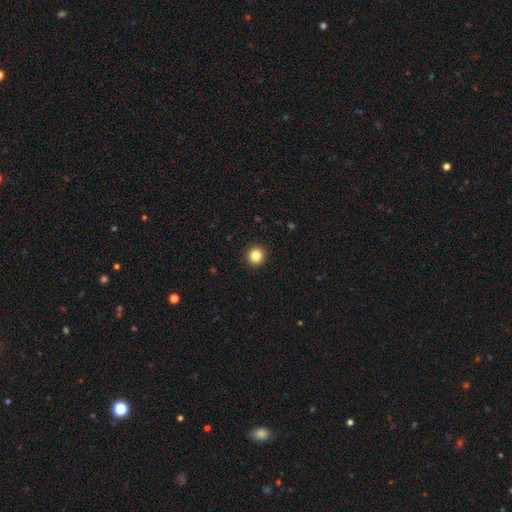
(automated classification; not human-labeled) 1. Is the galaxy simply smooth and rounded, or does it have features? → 85% smooth, 11% star or artifact, 4% featured or disk.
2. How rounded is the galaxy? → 94% round, 5% in between, 1% cigar-shaped.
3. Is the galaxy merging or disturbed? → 93% none, 5% minor disturbance, 2% major disturbance, 1% merger.